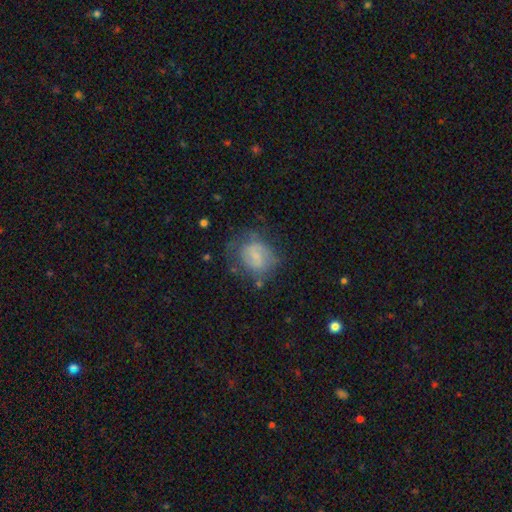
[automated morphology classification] A smooth galaxy with no disk features (51%) that is round (58%).

Vote fractions:
- Smooth or featured? smooth: 51% / featured or disk: 40% / star or artifact: 9%
- How rounded? round: 58% / in between: 41% / cigar-shaped: 1%
- Merging? none: 53% / minor disturbance: 26% / major disturbance: 18% / merger: 3%